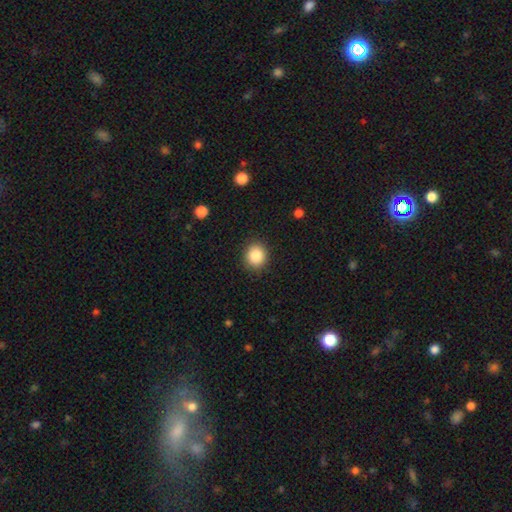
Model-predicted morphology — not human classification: smooth_or_featured: smooth (p=0.86) [alt: star or artifact p=0.09]
how_rounded: round (p=0.83) [alt: in between p=0.16]
merging: none (p=0.89) [alt: minor disturbance p=0.07]